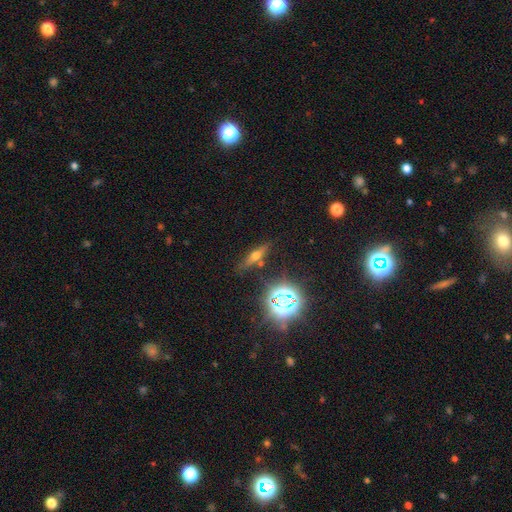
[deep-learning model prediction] smooth-or-featured: featured or disk: 41% | smooth: 36% | star or artifact: 23%
  merging: none: 79% | minor disturbance: 12% | merger: 5% | major disturbance: 4%